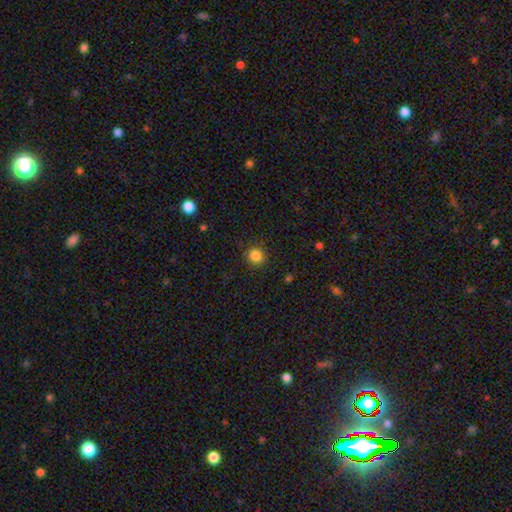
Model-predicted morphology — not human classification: Smooth or featured: smooth — 85% (star or artifact — 11%)
How rounded: round — 89% (in between — 10%)
Merging: none — 90% (minor disturbance — 7%)